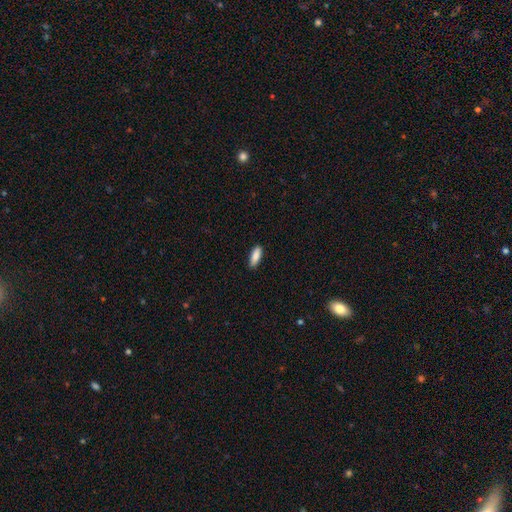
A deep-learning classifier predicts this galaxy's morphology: smooth_or_featured: smooth (p=0.88) [alt: star or artifact p=0.06]
how_rounded: in between (p=0.68) [alt: cigar-shaped p=0.30]
merging: none (p=0.87) [alt: minor disturbance p=0.10]